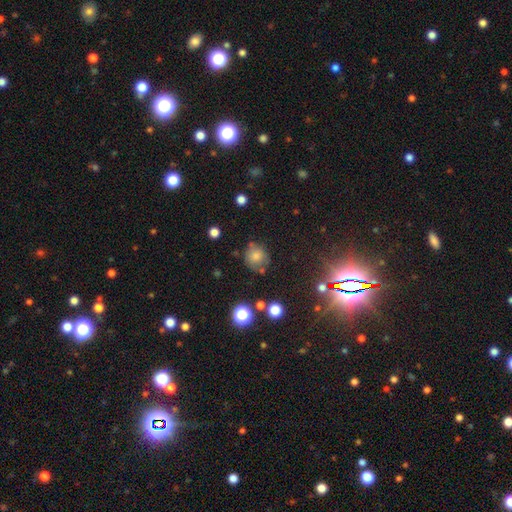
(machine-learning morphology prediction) This is likely a smooth galaxy (76%). How rounded: clearly round (83%). Merging: likely none (68%).